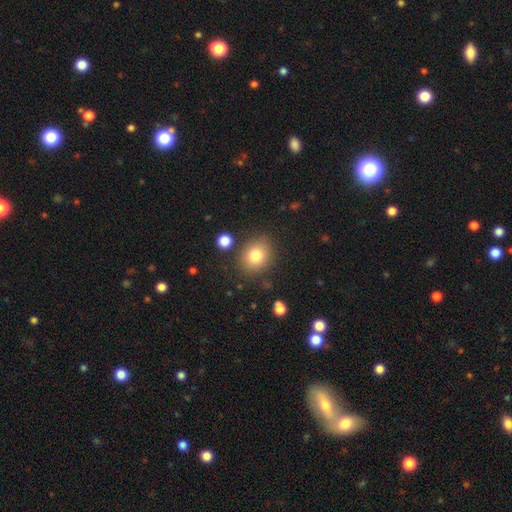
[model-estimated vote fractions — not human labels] smooth 80%, star or artifact 10%, featured or disk 9%. Down the decision tree: how rounded — round (62%); merging — none (82%).